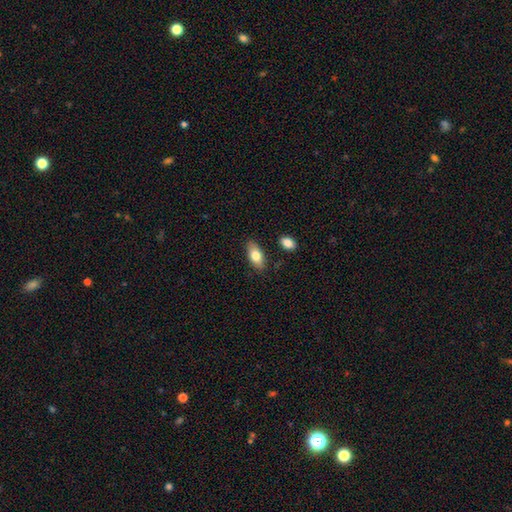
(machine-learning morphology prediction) type=smooth (78%); roundness=in between (89%); merging=none (83%).